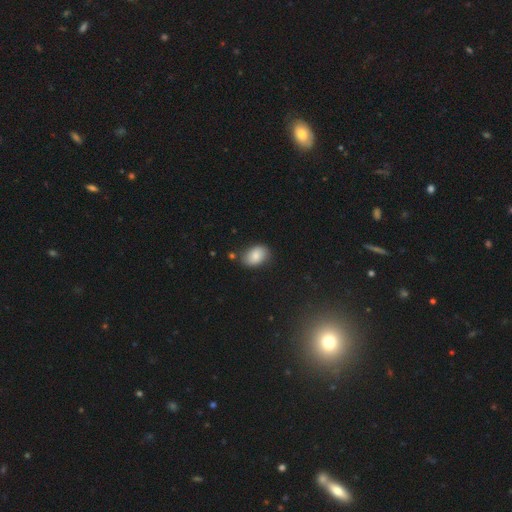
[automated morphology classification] Q: Smooth or featured?
A: smooth (80%); runner-up: featured or disk (12%)
Q: How rounded?
A: in between (86%); runner-up: round (13%)
Q: Merging?
A: none (77%); runner-up: minor disturbance (16%)